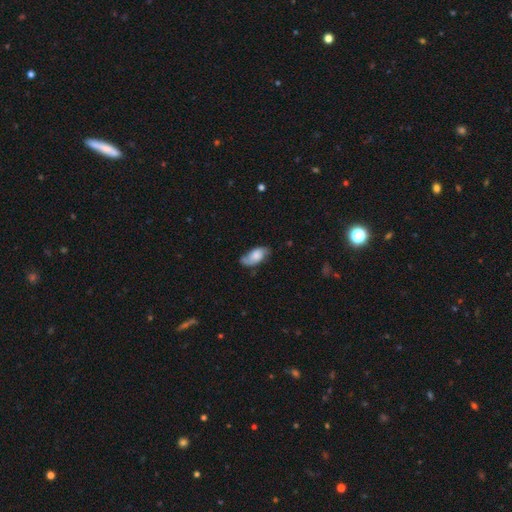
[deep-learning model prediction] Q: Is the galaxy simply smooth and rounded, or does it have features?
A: smooth — 51%.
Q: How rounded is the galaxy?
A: in between — 90%.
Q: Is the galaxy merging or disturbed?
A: none — 62%.